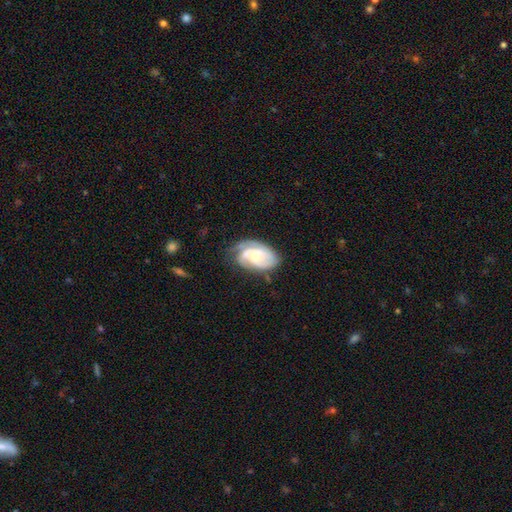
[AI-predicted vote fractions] This is likely a featured or disk galaxy (73%). It is clearly not viewed edge-on (97%). Bar: likely no (67%). Spiral arm pattern: clearly yes (91%). Spiral arm count: marginally 2 (33%). Spiral winding: possibly tight (53%). Central bulge: possibly moderate (48%). Merging: possibly none (56%).